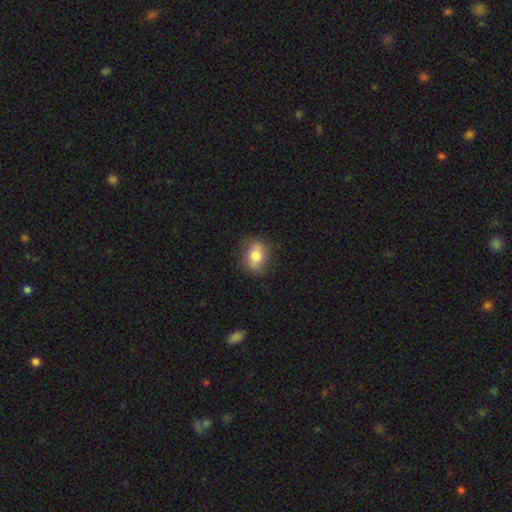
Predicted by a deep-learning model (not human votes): Smooth or featured: smooth — 75% (featured or disk — 17%)
How rounded: in between — 70% (round — 27%)
Merging: none — 80% (minor disturbance — 15%)